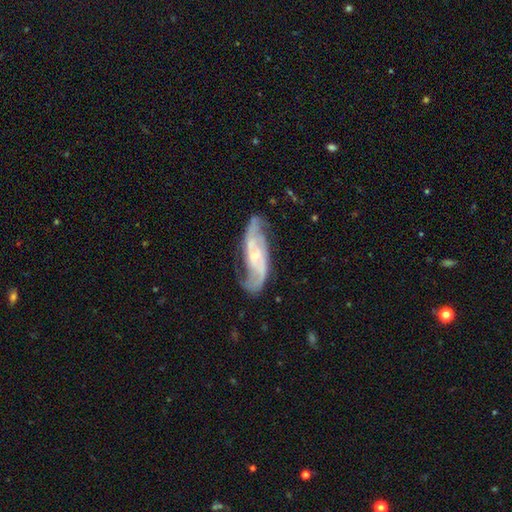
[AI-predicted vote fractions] smooth-or-featured: featured or disk: 86% | smooth: 8% | star or artifact: 6%
  disk-edge-on: no: 91% | yes: 9%
    bar: no: 50% | weak: 35% | strong: 15%
    has-spiral-arms: yes: 96% | no: 4%
      spiral-winding: medium: 48% | loose: 28% | tight: 24%
      spiral-arm-count: 2: 80% | can't tell: 8% | 3: 6% | 1: 2% | 4: 2% | more than 4: 2%
    bulge-size: small: 68% | moderate: 27% | none: 3% | large: 2% | dominant: 1%
  merging: none: 72% | minor disturbance: 18% | major disturbance: 8% | merger: 2%